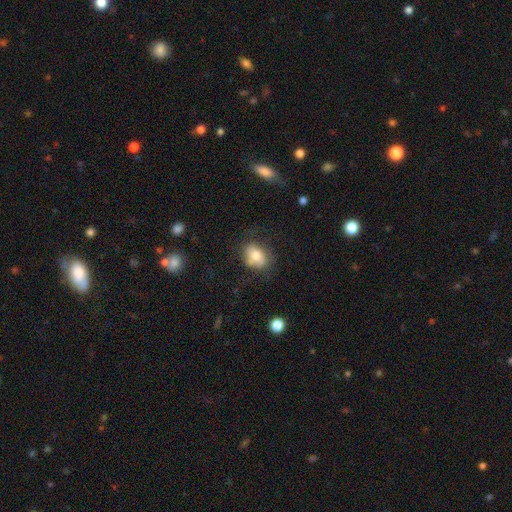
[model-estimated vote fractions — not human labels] smooth_or_featured: smooth (p=0.70) [alt: featured or disk p=0.21]
how_rounded: in between (p=0.69) [alt: round p=0.30]
merging: none (p=0.61) [alt: minor disturbance p=0.24]